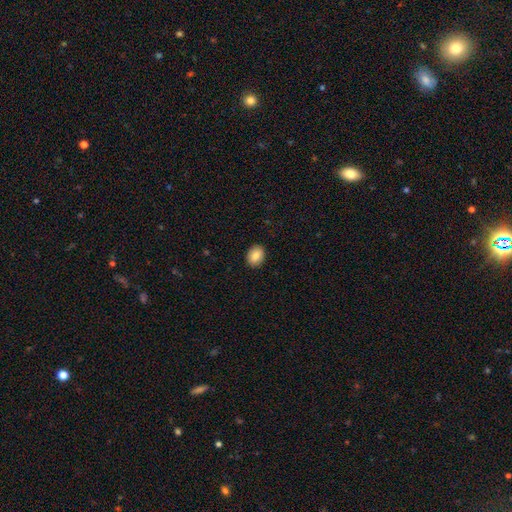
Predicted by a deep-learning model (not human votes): Overall: smooth (86%). How rounded: in between (65%; round 34%). Merging: none (90%).